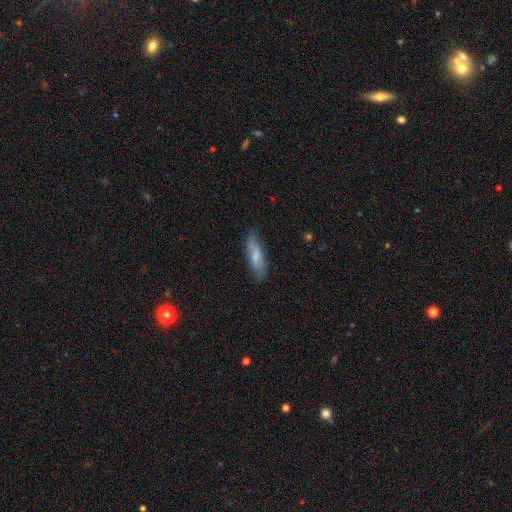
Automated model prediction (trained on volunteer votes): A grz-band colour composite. It shows a smooth galaxy with no disk features (72%) that is cigar-shaped (58%). Merging: none (80%).